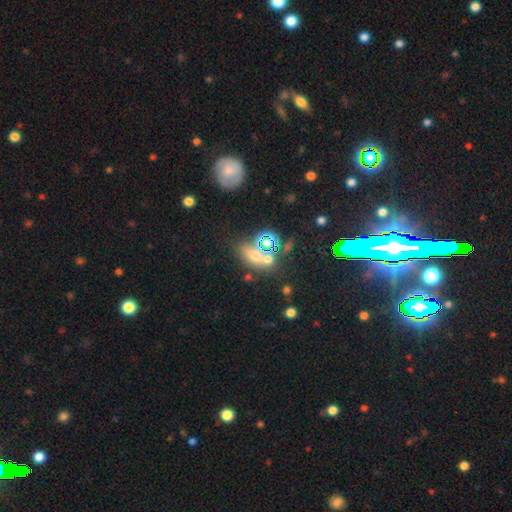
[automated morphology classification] smooth-or-featured: smooth: 53% | star or artifact: 34% | featured or disk: 13%
  how-rounded: in between: 60% | round: 35% | cigar-shaped: 5%
  merging: none: 55% | merger: 25% | minor disturbance: 12% | major disturbance: 7%